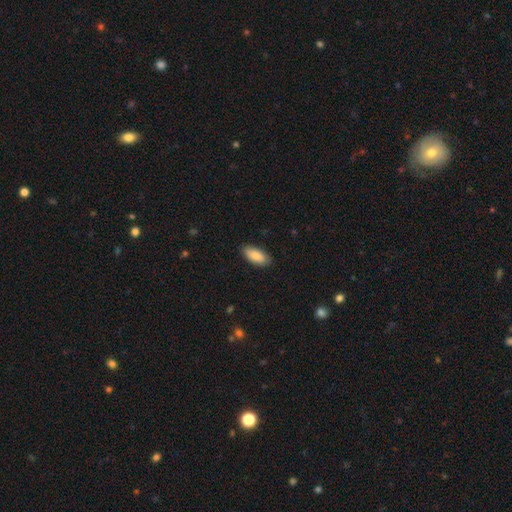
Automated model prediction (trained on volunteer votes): Smooth or featured?
  - smooth: 88% *
  - featured or disk: 6%
  - star or artifact: 6%
How rounded?
  - in between: 89% *
  - cigar-shaped: 9%
  - round: 2%
Merging?
  - none: 86% *
  - minor disturbance: 11%
  - major disturbance: 2%
  - merger: 1%